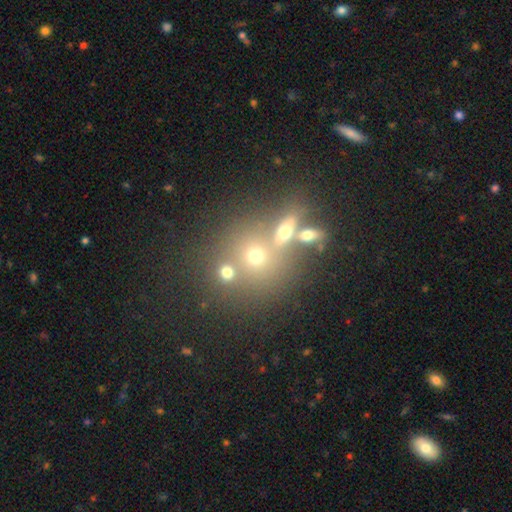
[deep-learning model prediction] Smooth or featured: smooth — 40% (star or artifact — 38%)
Merging: none — 44% (merger — 42%)